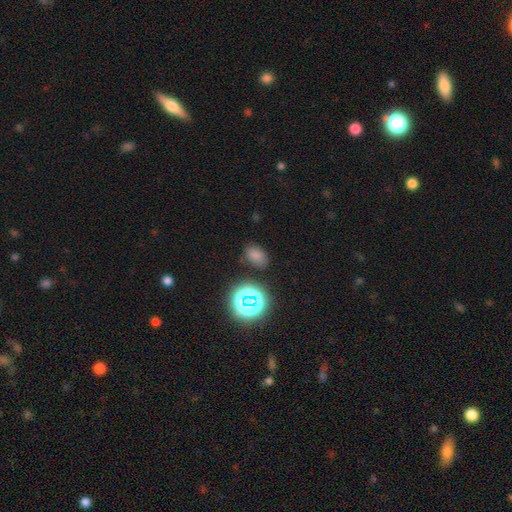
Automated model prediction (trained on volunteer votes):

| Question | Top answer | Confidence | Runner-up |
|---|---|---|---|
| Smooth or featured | smooth | 71% | star or artifact (22%) |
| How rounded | in between | 81% | round (17%) |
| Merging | none | 79% | minor disturbance (14%) |